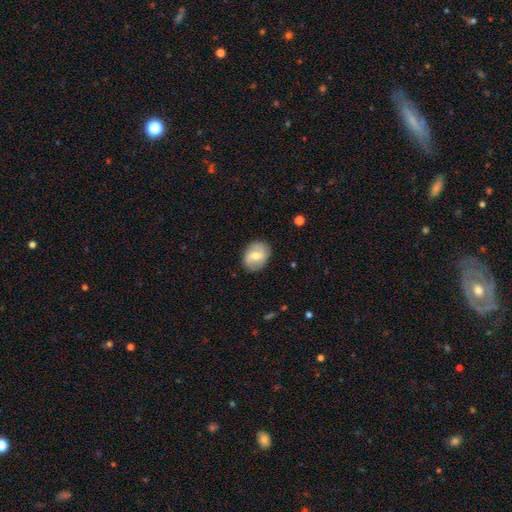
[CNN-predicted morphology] A featured or disk galaxy (50%).

Vote fractions:
- Smooth or featured? featured or disk: 50% / smooth: 43% / star or artifact: 7%
- Merging? none: 82% / minor disturbance: 13% / major disturbance: 4% / merger: 1%